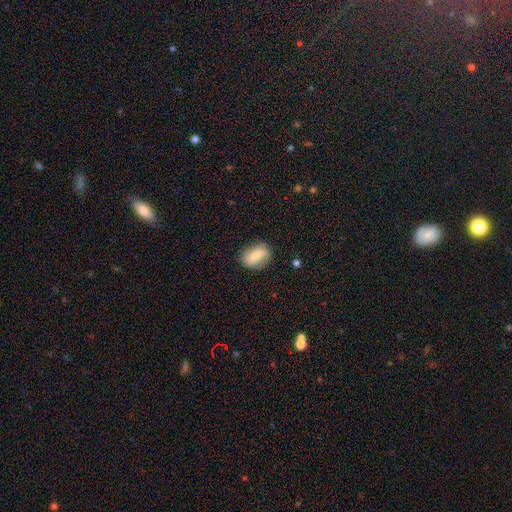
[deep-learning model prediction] A smooth galaxy with no disk features (62%) that is in between round and cigar-shaped (71%).

Vote fractions:
- Smooth or featured? smooth: 62% / featured or disk: 31% / star or artifact: 8%
- How rounded? in between: 71% / round: 26% / cigar-shaped: 3%
- Merging? none: 82% / minor disturbance: 13% / major disturbance: 3% / merger: 1%